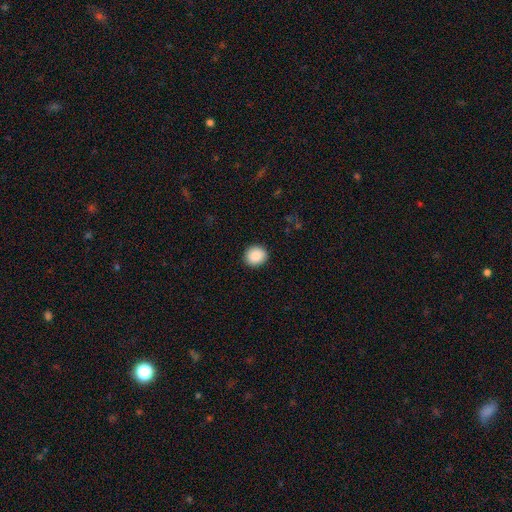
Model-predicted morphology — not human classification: Overall: smooth (90%). How rounded: round (87%). Merging: none (91%).